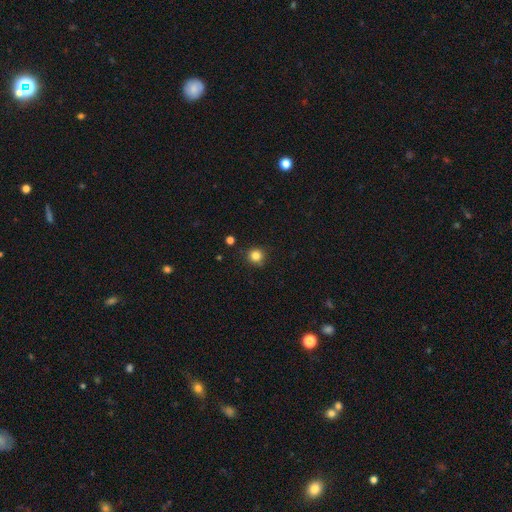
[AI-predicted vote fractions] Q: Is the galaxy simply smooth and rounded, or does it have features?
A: smooth — 84%.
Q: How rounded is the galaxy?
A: round — 94%.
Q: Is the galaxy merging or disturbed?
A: none — 89%.